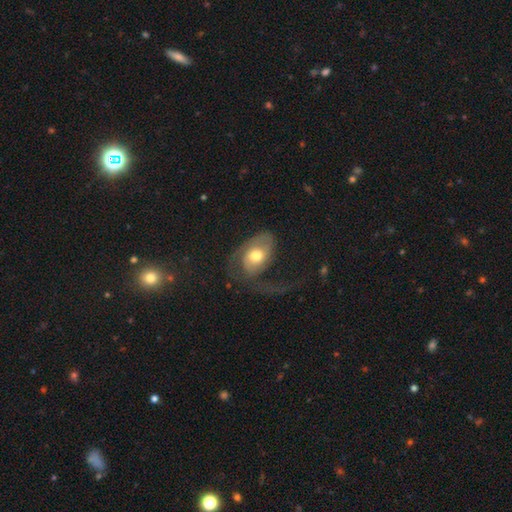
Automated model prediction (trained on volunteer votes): A featured or disk galaxy (56%) with no bar (76%), spiral arms (73%) and a moderate central bulge (72%).

Vote fractions:
- Smooth or featured? featured or disk: 56% / smooth: 38% / star or artifact: 6%
- Edge-on disk? no: 95% / yes: 5%
- Bar? no: 76% / weak: 19% / strong: 5%
- Spiral arms? yes: 73% / no: 27%
- Bulge size? moderate: 72% / small: 13% / large: 12% / dominant: 2% / none: 1%
- Merging? major disturbance: 51% / none: 29% / minor disturbance: 18% / merger: 2%